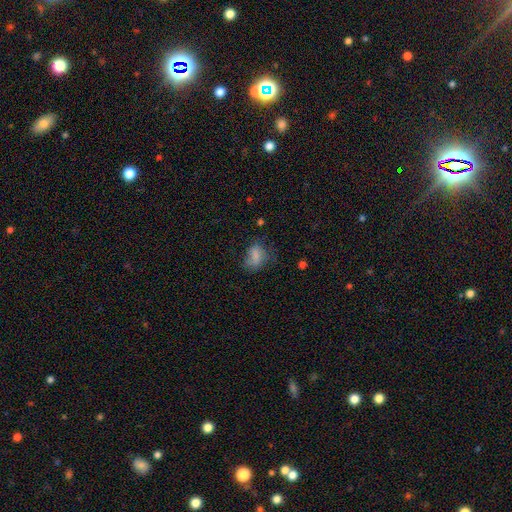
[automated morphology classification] Smooth or featured? Predicted: smooth (p=0.69). How rounded? Predicted: in between (p=0.73). Merging? Predicted: none (p=0.41).